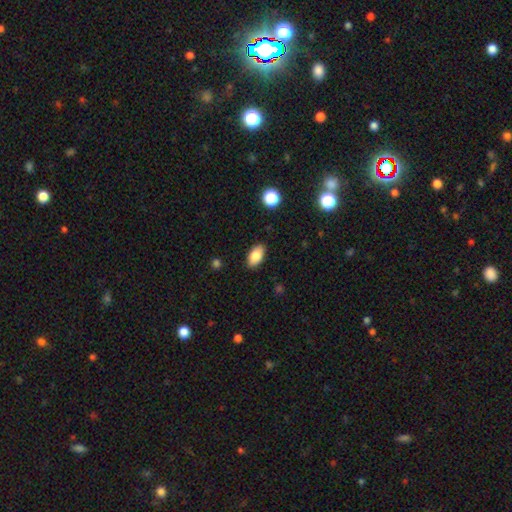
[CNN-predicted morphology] Smooth or featured: smooth — 84% (featured or disk — 8%)
How rounded: in between — 93% (round — 5%)
Merging: none — 88% (minor disturbance — 9%)